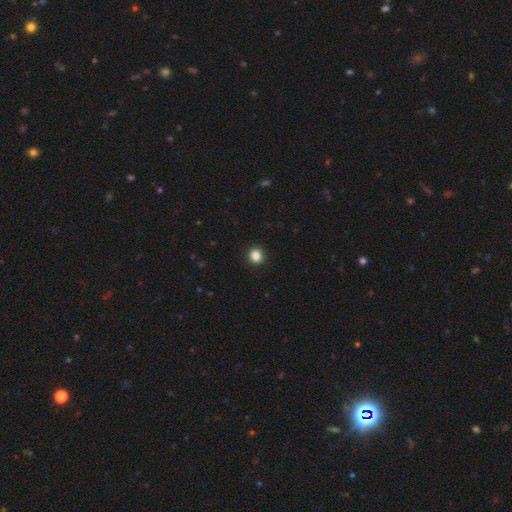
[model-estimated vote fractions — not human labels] Smooth or featured? smooth (86%)
How rounded? round (90%)
Merging? none (93%)